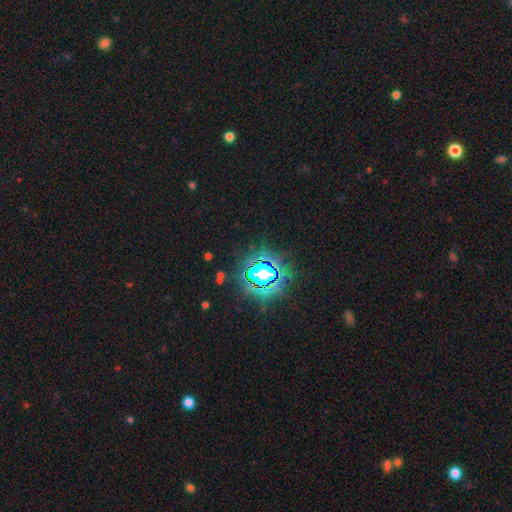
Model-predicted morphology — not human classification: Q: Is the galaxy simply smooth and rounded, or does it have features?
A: star or artifact — 86%.